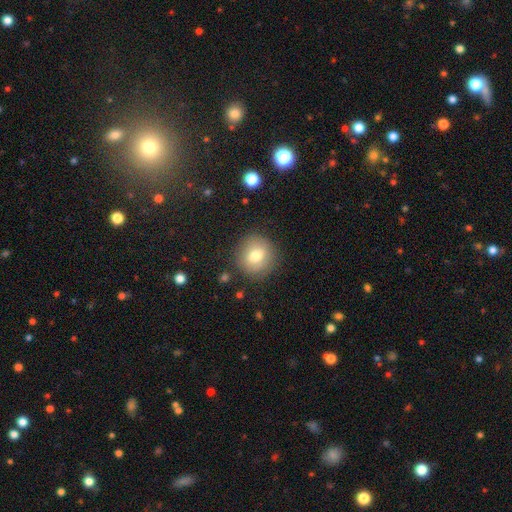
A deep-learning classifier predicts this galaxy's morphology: smooth 76%, featured or disk 15%, star or artifact 10%. Down the decision tree: how rounded — round (91%); merging — none (86%).